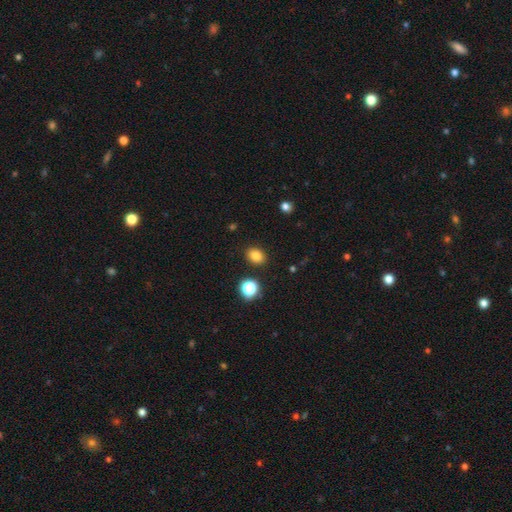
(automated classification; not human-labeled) Smooth or featured?
  - smooth: 82% *
  - star or artifact: 13%
  - featured or disk: 5%
How rounded?
  - in between: 60% *
  - round: 39%
  - cigar-shaped: 1%
Merging?
  - none: 87% *
  - minor disturbance: 8%
  - merger: 3%
  - major disturbance: 2%